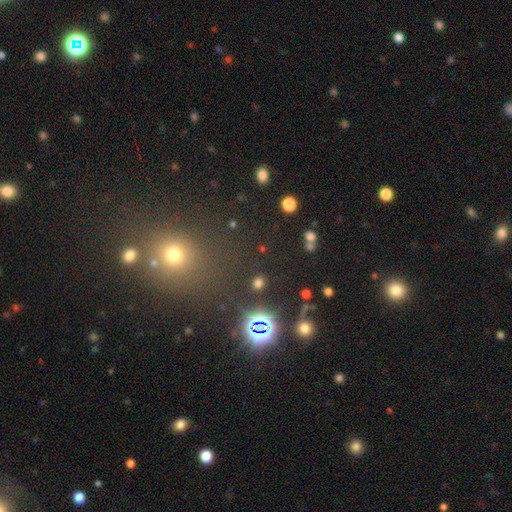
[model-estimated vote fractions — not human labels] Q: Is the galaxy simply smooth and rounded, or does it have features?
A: smooth — 47%.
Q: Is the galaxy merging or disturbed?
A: none — 80%.